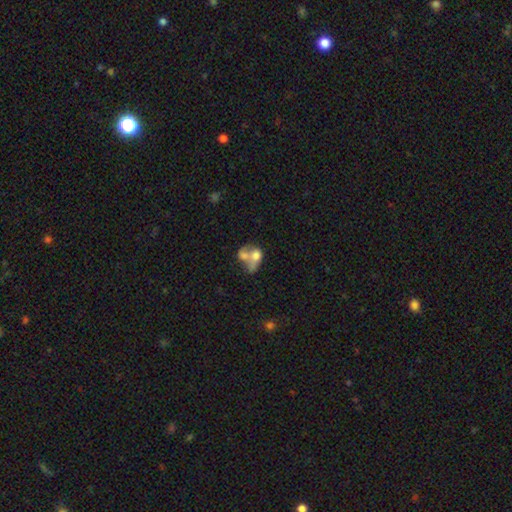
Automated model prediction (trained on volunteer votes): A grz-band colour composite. It shows a smooth galaxy with no disk features (57%) that is in between round and cigar-shaped (63%). Merging: merger (71%).